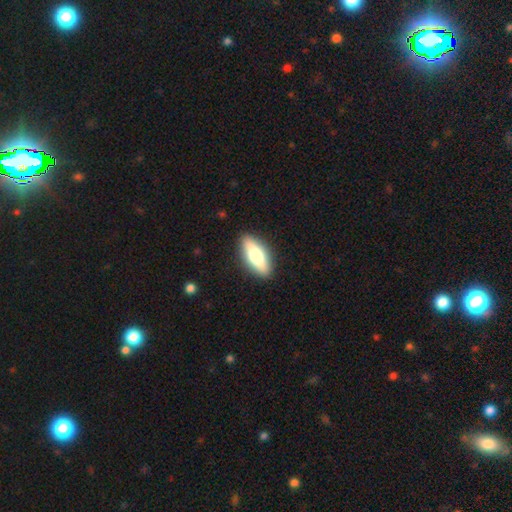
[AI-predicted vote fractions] Overall: smooth (59%; featured or disk 36%). How rounded: in between (66%; cigar-shaped 31%). Merging: none (89%).